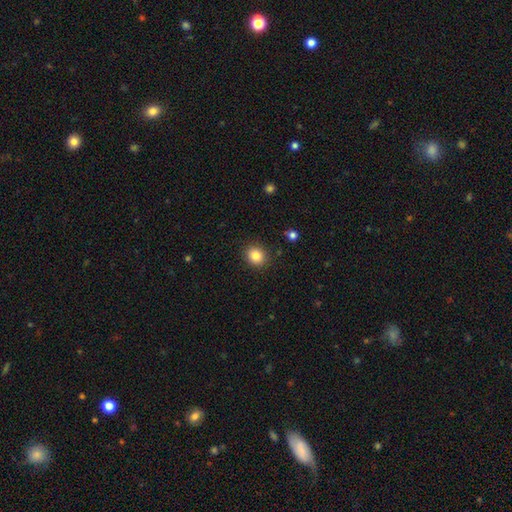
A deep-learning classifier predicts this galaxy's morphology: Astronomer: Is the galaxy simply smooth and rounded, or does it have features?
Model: smooth — 84%.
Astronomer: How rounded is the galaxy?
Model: round — 74%.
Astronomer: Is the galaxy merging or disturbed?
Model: none — 89%.